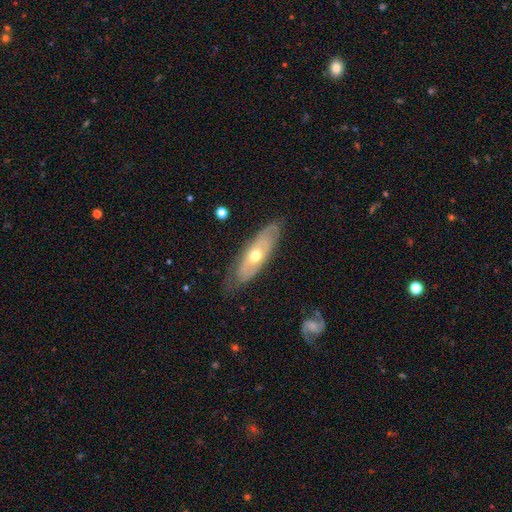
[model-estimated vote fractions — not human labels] Smooth or featured? featured or disk (60%)
Edge-on disk? no (71%)
Merging? none (74%)